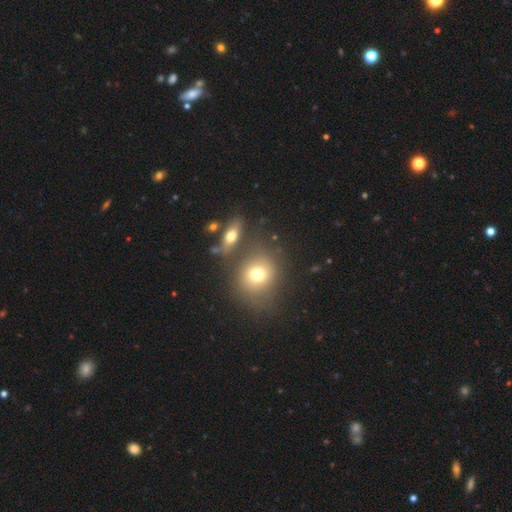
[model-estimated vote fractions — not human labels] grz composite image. It shows a smooth galaxy with no disk features (59%) that is round (70%). Merging: none (61%).